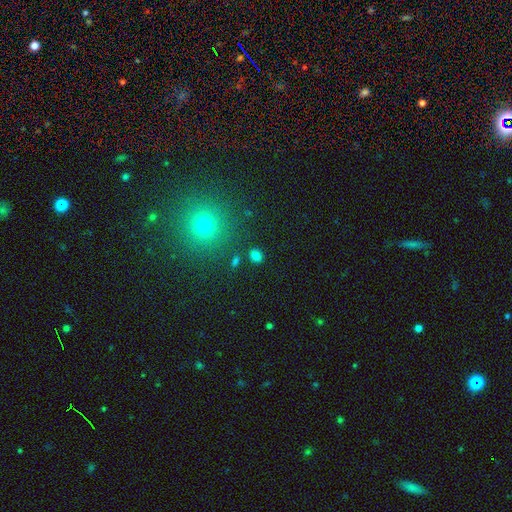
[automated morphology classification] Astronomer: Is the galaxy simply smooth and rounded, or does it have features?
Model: smooth — 80%.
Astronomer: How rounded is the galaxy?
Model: round — 62%.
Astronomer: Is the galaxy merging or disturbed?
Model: none — 85%.